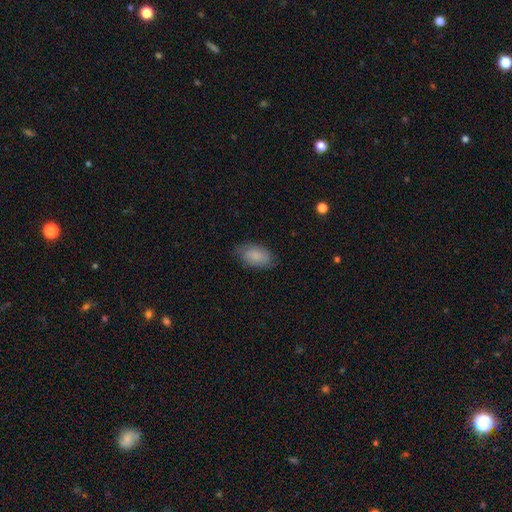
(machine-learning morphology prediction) smooth-or-featured: smooth: 84% | featured or disk: 10% | star or artifact: 6%
  how-rounded: in between: 92% | round: 6% | cigar-shaped: 2%
  merging: none: 76% | minor disturbance: 19% | major disturbance: 4% | merger: 1%